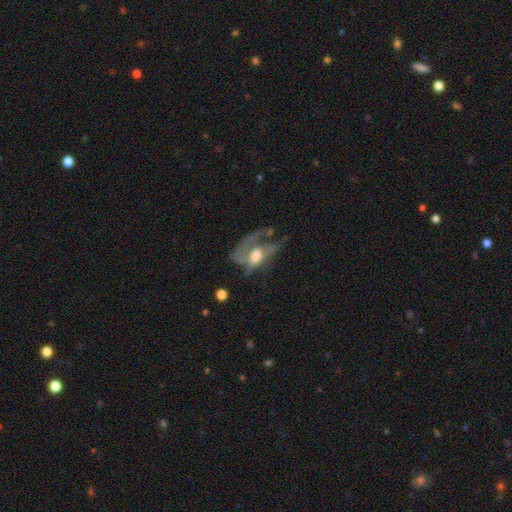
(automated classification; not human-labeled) Morphology: type=featured or disk (64%); edge-on=no (92%); bar=no (73%); spiral arms=yes (51%); bulge=moderate (46%); merging=major disturbance (58%).